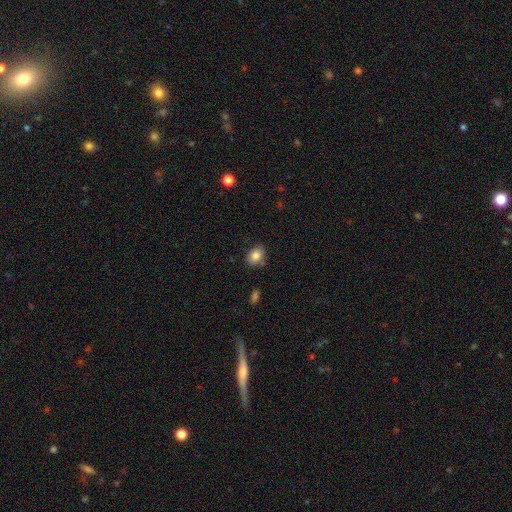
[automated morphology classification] A smooth galaxy with no disk features (84%) that is in between round and cigar-shaped (69%). Merging: none (80%).